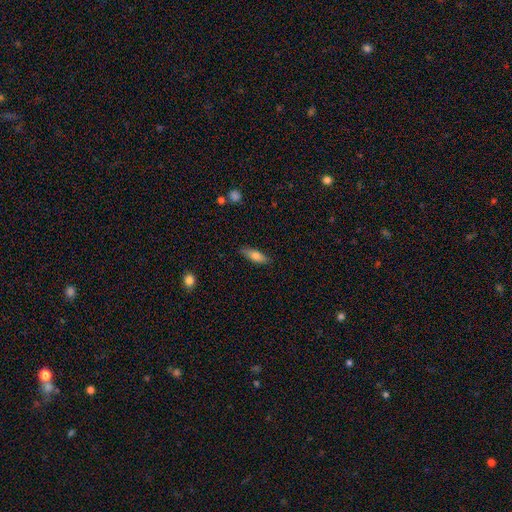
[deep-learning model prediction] This is likely a smooth galaxy (72%). How rounded: possibly in between (52%). Merging: clearly none (84%).